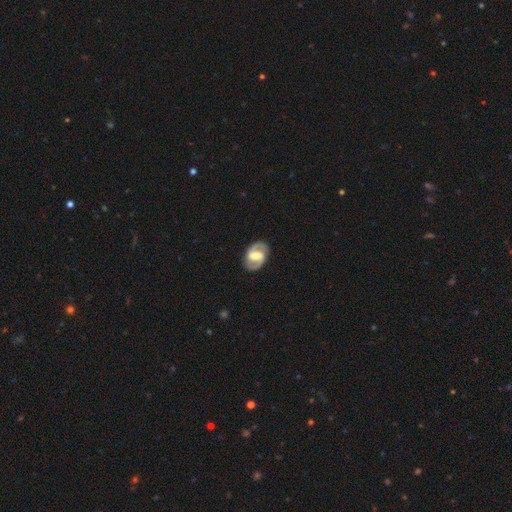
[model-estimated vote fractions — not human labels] Overall: featured or disk (82%). Edge-on disk: no (97%). Bar: weak (44%; strong 40%). Spiral arms: yes (91%). Spiral arm count: 2 (92%). Spiral winding: medium (51%; tight 30%). Bulge size: moderate (46%; large 26%). Merging: none (85%).